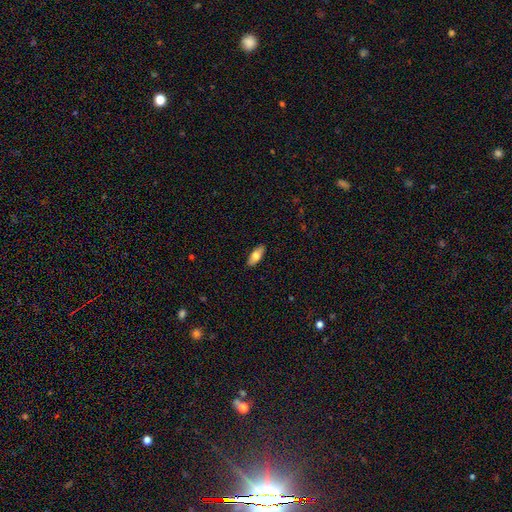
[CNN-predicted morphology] smooth 73%, featured or disk 21%, star or artifact 6%. Down the decision tree: how rounded — in between (81%); merging — none (89%).